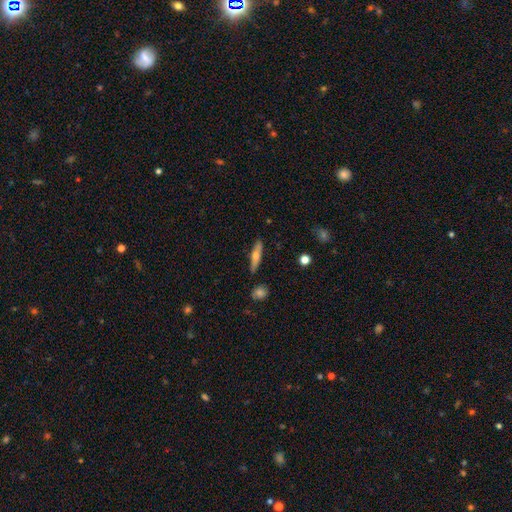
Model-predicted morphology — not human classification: smooth 48%, featured or disk 45%, star or artifact 7%. Down the decision tree: merging — none (86%).